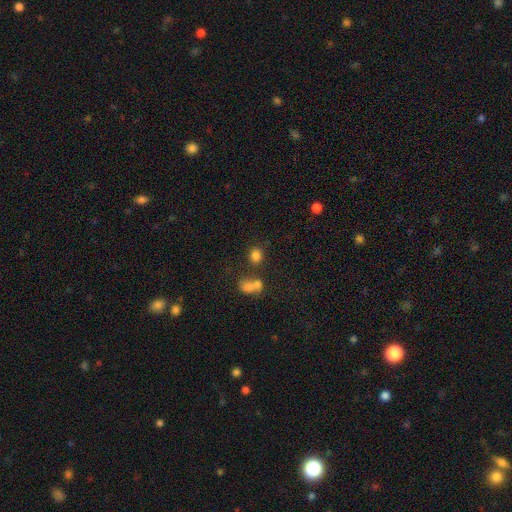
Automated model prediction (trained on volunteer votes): Smooth or featured? Predicted: smooth (p=0.80). How rounded? Predicted: round (p=0.72). Merging? Predicted: none (p=0.67).